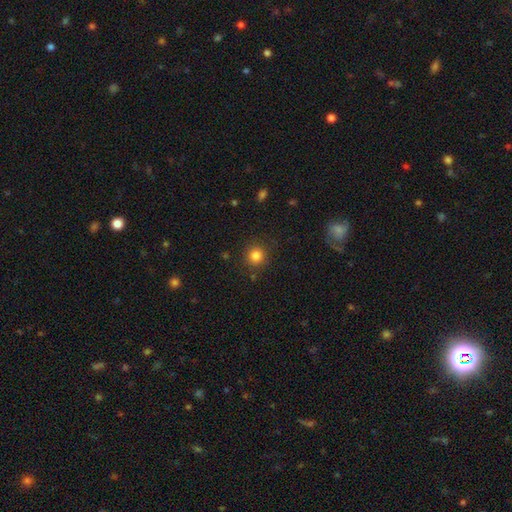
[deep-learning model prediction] smooth_or_featured: smooth (p=0.83) [alt: star or artifact p=0.12]
how_rounded: round (p=0.92) [alt: in between p=0.07]
merging: none (p=0.87) [alt: minor disturbance p=0.08]